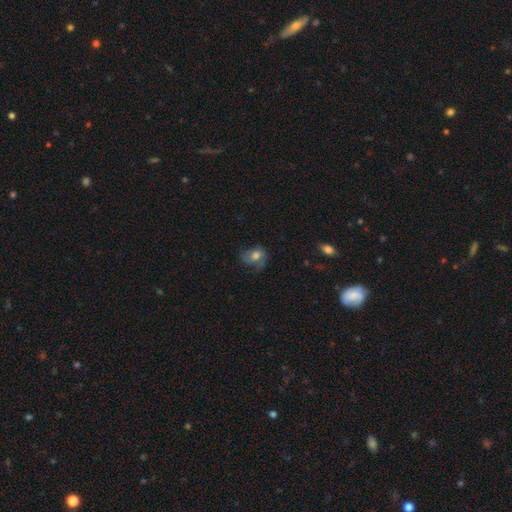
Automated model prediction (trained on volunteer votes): Morphology: type=smooth (58%); roundness=in between (58%); merging=none (44%).